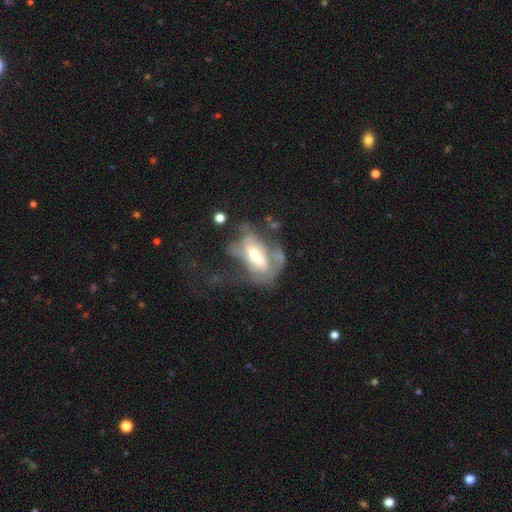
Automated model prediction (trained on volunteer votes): This is possibly a featured or disk galaxy (57%). It is clearly not viewed edge-on (86%). Merging: marginally major disturbance (44%).